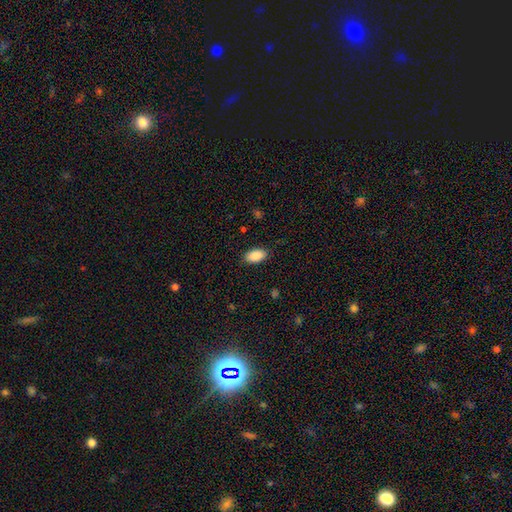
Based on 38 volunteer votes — Q: Smooth or featured?
A: smooth (89%); runner-up: featured or disk (5%)
Q: How rounded?
A: in between (97%); runner-up: round (3%)
Q: Merging?
A: none (89%); runner-up: minor disturbance (6%)